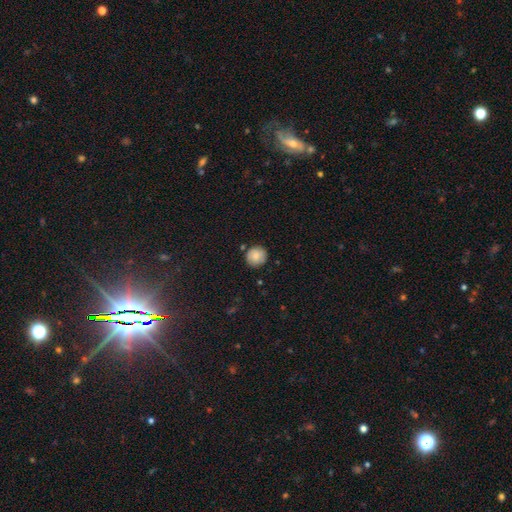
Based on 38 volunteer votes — Q: Smooth or featured?
A: smooth (89%); runner-up: featured or disk (5%)
Q: How rounded?
A: round (97%); runner-up: in between (3%)
Q: Merging?
A: none (81%); runner-up: merger (11%)